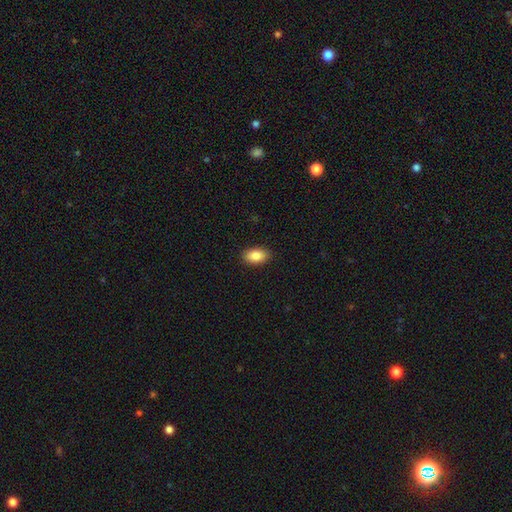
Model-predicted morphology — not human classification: Smooth or featured?
  - smooth: 85% *
  - featured or disk: 7%
  - star or artifact: 7%
How rounded?
  - in between: 92% *
  - round: 6%
  - cigar-shaped: 2%
Merging?
  - none: 90% *
  - minor disturbance: 8%
  - major disturbance: 2%
  - merger: 1%